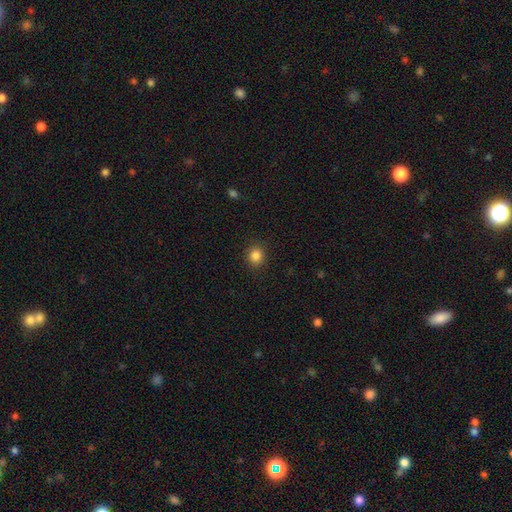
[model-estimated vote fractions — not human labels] Q: Smooth or featured?
A: smooth (85%); runner-up: star or artifact (11%)
Q: How rounded?
A: round (84%); runner-up: in between (15%)
Q: Merging?
A: none (90%); runner-up: minor disturbance (7%)